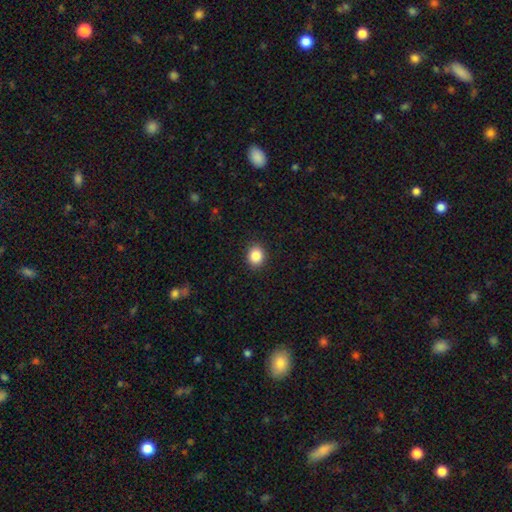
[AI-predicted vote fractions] The model was most divided on "how rounded": round: 68%, in between: 31%, cigar-shaped: 1%. More confident: merging — none (90%); smooth or featured — smooth (86%).